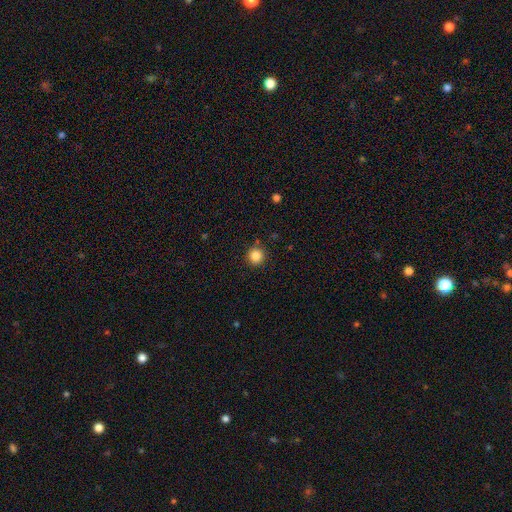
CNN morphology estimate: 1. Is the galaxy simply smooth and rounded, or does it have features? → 85% smooth, 11% star or artifact, 4% featured or disk.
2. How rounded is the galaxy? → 95% round, 4% in between, 1% cigar-shaped.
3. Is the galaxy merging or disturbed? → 88% none, 8% minor disturbance, 2% major disturbance, 2% merger.